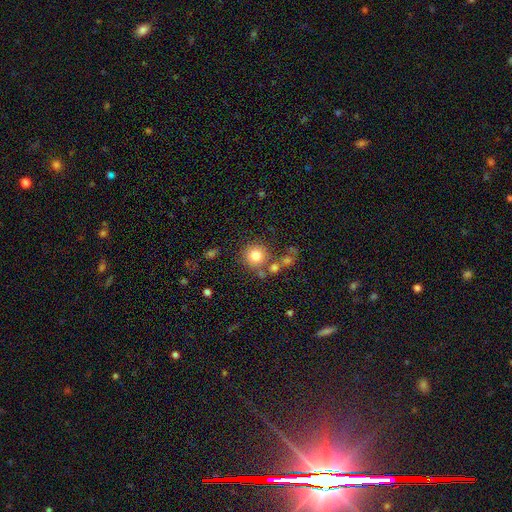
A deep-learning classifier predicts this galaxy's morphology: smooth 79%, star or artifact 11%, featured or disk 9%. Down the decision tree: how rounded — round (93%); merging — none (72%).